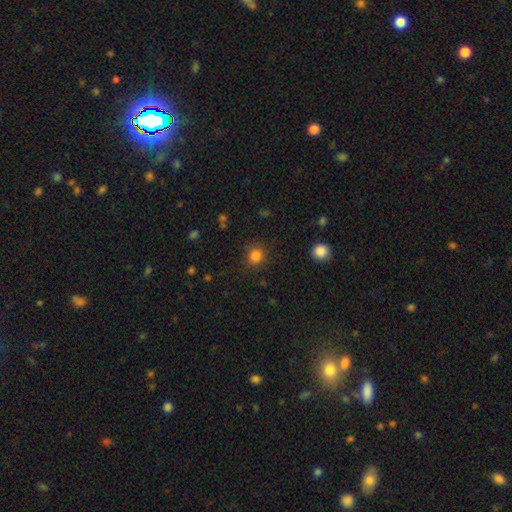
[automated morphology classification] Smooth or featured?
  - smooth: 83% *
  - star or artifact: 13%
  - featured or disk: 4%
How rounded?
  - round: 89% *
  - in between: 10%
  - cigar-shaped: 1%
Merging?
  - none: 87% *
  - minor disturbance: 9%
  - major disturbance: 3%
  - merger: 1%